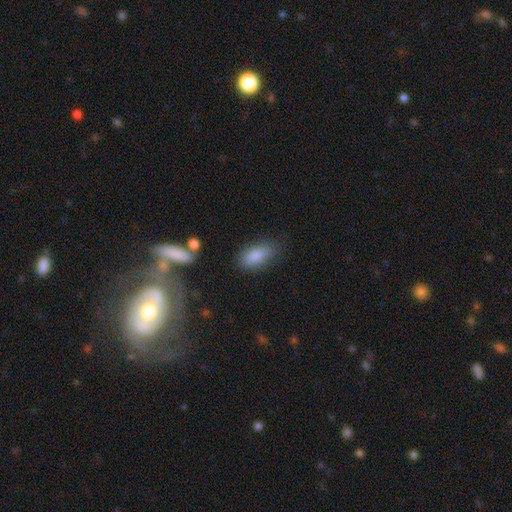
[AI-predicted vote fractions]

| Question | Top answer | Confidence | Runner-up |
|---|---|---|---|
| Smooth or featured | smooth | 84% | featured or disk (9%) |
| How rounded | in between | 87% | cigar-shaped (9%) |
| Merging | none | 75% | minor disturbance (17%) |